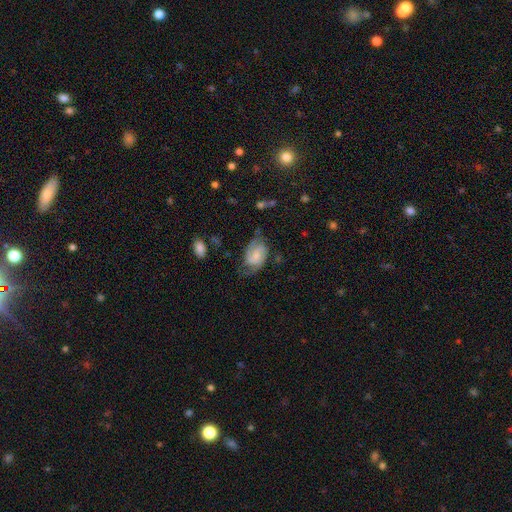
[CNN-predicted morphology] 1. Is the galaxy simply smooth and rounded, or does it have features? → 70% featured or disk, 22% smooth, 7% star or artifact.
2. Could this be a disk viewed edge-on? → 97% no, 3% yes.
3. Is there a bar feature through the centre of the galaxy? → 52% no, 39% weak, 8% strong.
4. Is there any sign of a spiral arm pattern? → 93% yes, 7% no.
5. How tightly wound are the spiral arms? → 47% medium, 32% tight, 21% loose.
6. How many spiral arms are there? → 80% 2, 9% can't tell, 5% 1, 3% 3, 1% 4, 1% more than 4.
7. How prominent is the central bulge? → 40% small, 29% moderate, 21% none, 8% large, 2% dominant.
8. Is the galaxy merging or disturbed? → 56% none, 25% minor disturbance, 16% major disturbance, 2% merger.